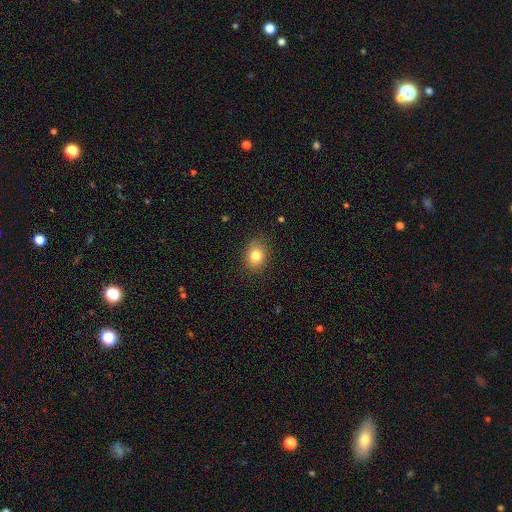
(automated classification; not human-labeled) Smooth or featured?
  - smooth: 81% *
  - star or artifact: 10%
  - featured or disk: 8%
How rounded?
  - in between: 50% *
  - round: 49%
  - cigar-shaped: 1%
Merging?
  - none: 86% *
  - minor disturbance: 11%
  - major disturbance: 3%
  - merger: 1%